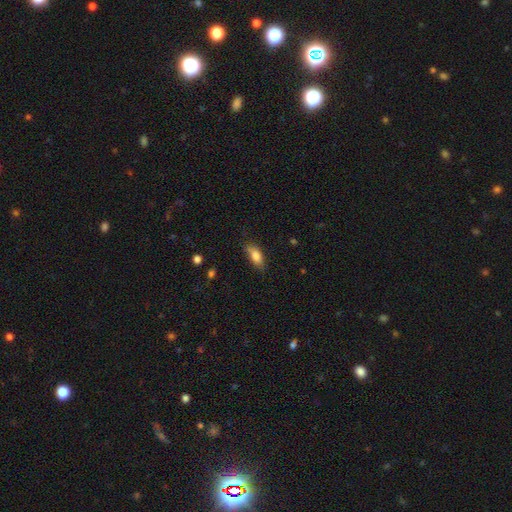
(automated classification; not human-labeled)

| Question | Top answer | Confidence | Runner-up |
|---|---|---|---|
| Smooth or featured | smooth | 80% | featured or disk (13%) |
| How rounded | in between | 78% | cigar-shaped (18%) |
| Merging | none | 70% | minor disturbance (23%) |